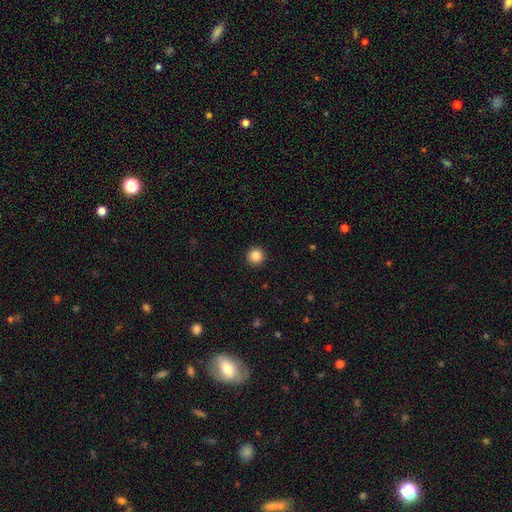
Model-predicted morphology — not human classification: Smooth or featured?
  - smooth: 87% *
  - star or artifact: 10%
  - featured or disk: 3%
How rounded?
  - round: 96% *
  - in between: 3%
  - cigar-shaped: 1%
Merging?
  - none: 93% *
  - minor disturbance: 4%
  - major disturbance: 2%
  - merger: 1%